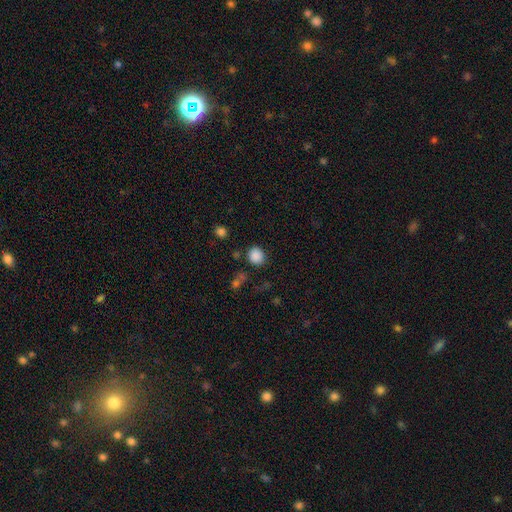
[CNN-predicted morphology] Smooth or featured?
  - smooth: 85% *
  - star or artifact: 11%
  - featured or disk: 4%
How rounded?
  - round: 83% *
  - in between: 16%
  - cigar-shaped: 1%
Merging?
  - none: 81% *
  - minor disturbance: 11%
  - merger: 4%
  - major disturbance: 4%